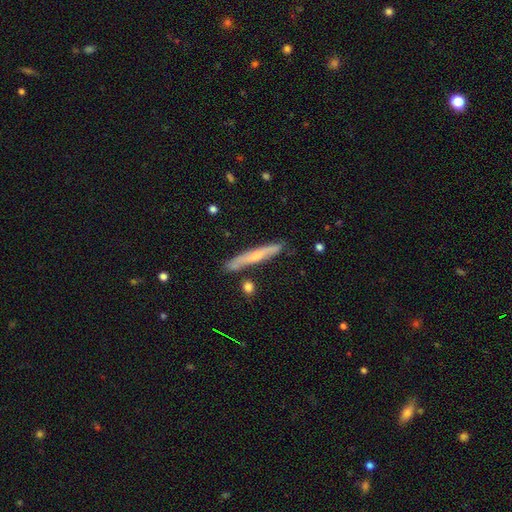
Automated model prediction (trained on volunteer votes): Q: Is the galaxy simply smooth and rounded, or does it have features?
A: featured or disk — 52%.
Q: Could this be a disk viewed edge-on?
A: yes — 90%.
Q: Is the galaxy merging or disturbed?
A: none — 81%.